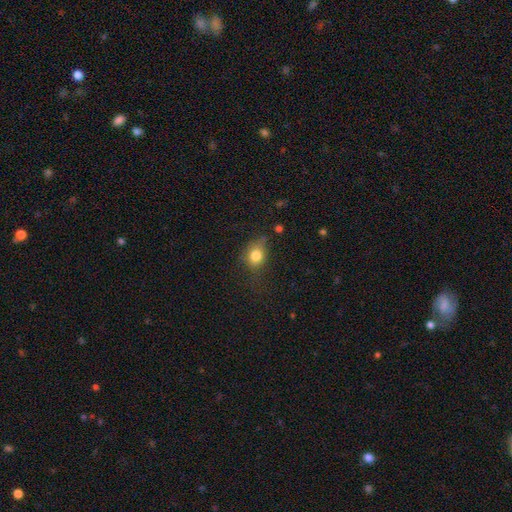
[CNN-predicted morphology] Smooth or featured? Predicted: smooth (p=0.80). How rounded? Predicted: round (p=0.53). Merging? Predicted: none (p=0.59).